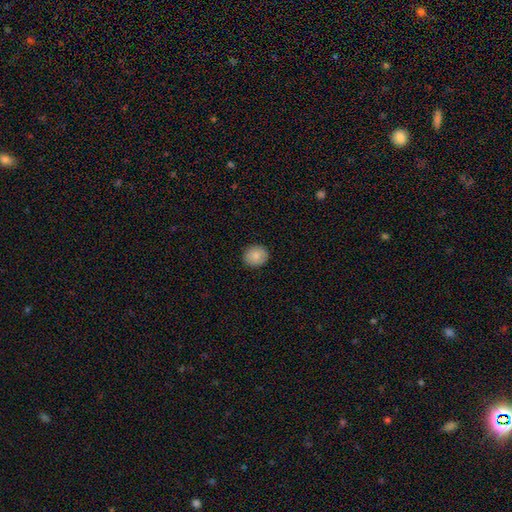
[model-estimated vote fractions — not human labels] smooth-or-featured: smooth: 84% | featured or disk: 8% | star or artifact: 8%
  how-rounded: round: 71% | in between: 28% | cigar-shaped: 1%
  merging: none: 90% | minor disturbance: 7% | major disturbance: 2% | merger: 1%